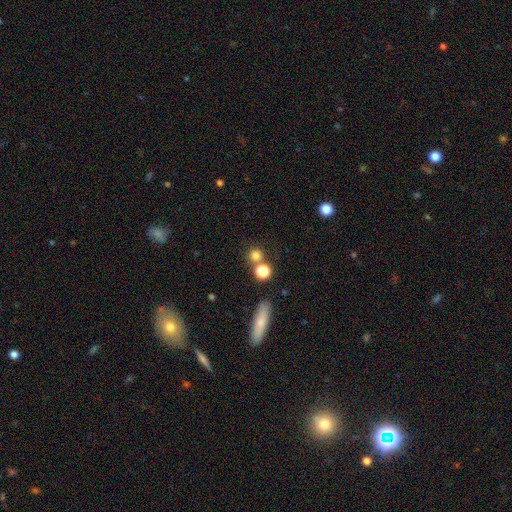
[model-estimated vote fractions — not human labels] Smooth or featured? Predicted: smooth (p=0.77). How rounded? Predicted: round (p=0.89). Merging? Predicted: none (p=0.64).